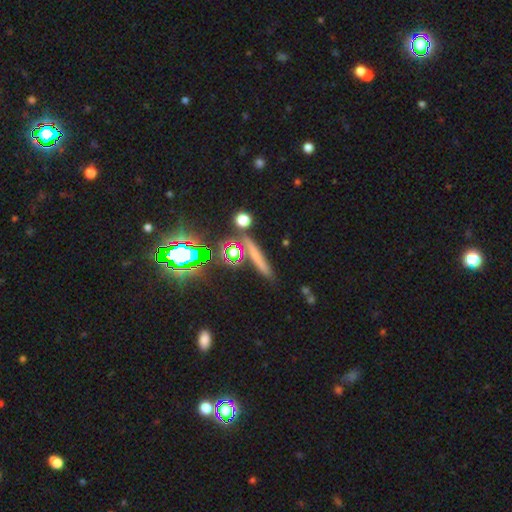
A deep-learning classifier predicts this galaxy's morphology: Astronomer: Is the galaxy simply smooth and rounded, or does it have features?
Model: smooth — 56%.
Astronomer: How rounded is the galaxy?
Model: cigar-shaped — 85%.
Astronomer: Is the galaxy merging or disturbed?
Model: none — 83%.